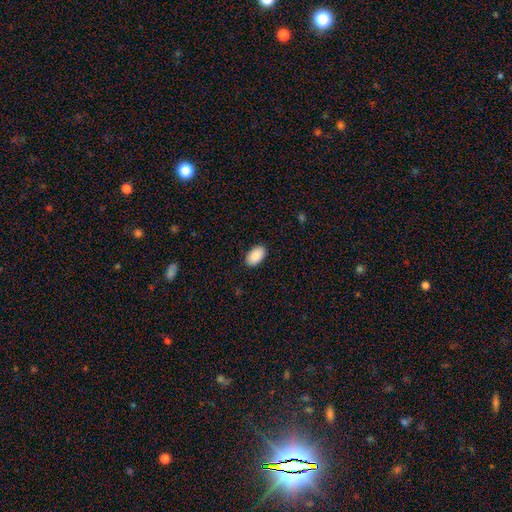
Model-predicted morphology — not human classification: smooth 91%, star or artifact 6%, featured or disk 3%. Down the decision tree: how rounded — in between (95%); merging — none (89%).